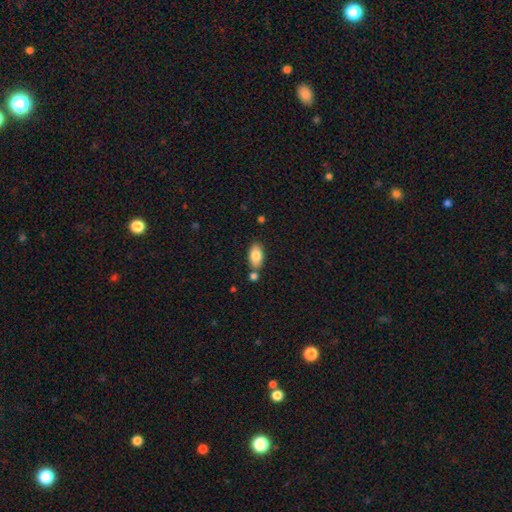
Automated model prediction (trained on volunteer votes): smooth_or_featured: smooth (p=0.82) [alt: featured or disk p=0.11]
how_rounded: in between (p=0.93) [alt: round p=0.05]
merging: none (p=0.73) [alt: merger p=0.13]